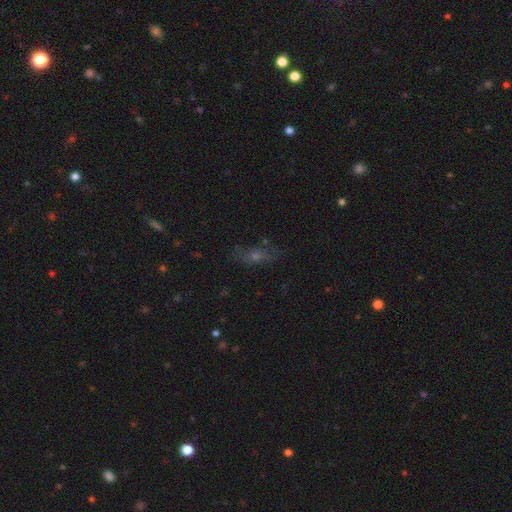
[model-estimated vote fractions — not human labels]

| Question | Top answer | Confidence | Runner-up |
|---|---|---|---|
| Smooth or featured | smooth | 40% | featured or disk (31%) |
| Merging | none | 74% | minor disturbance (16%) |